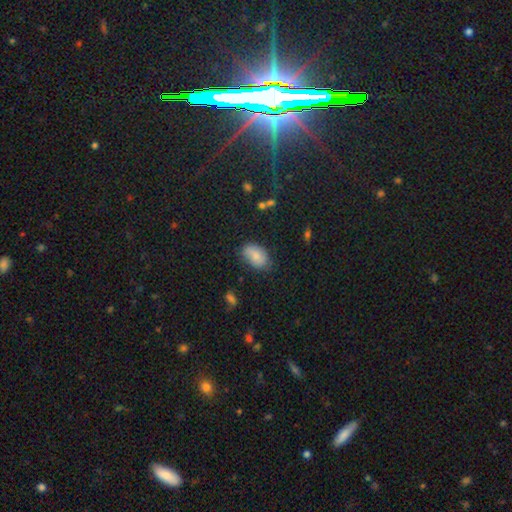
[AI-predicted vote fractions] This is clearly a smooth galaxy (81%). How rounded: clearly in between (90%). Merging: likely none (70%).